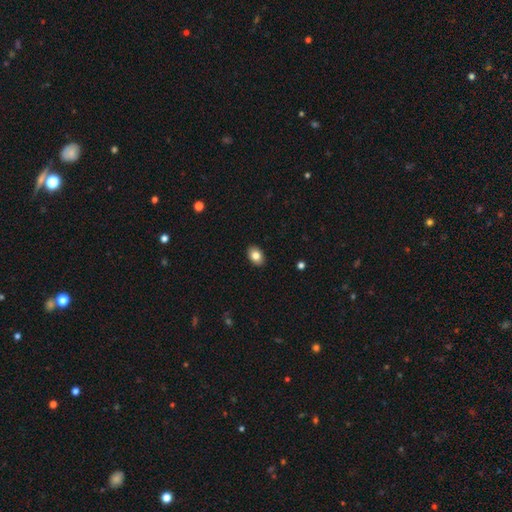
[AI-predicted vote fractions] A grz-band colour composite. It shows a smooth galaxy with no disk features (82%) that is in between round and cigar-shaped (83%). Merging: none (90%).